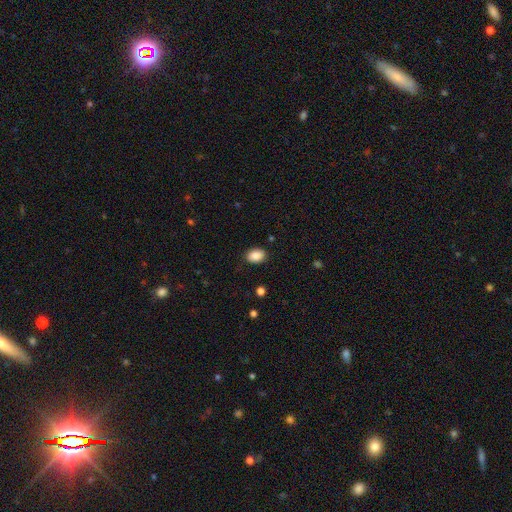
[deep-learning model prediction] This is clearly a smooth galaxy (88%). How rounded: likely in between (78%). Merging: clearly none (86%).